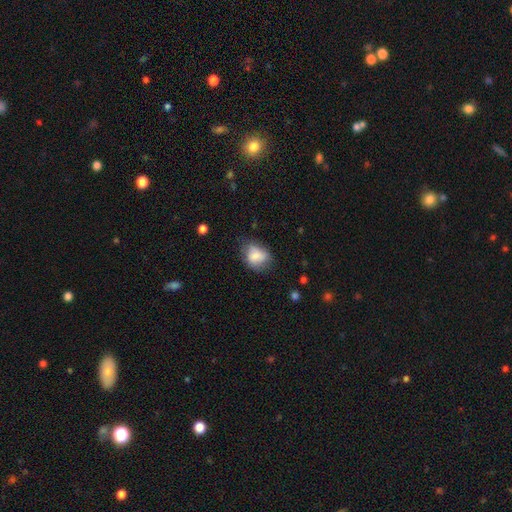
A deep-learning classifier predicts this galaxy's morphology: smooth 76%, featured or disk 16%, star or artifact 8%. Down the decision tree: how rounded — in between (57%); merging — none (57%).